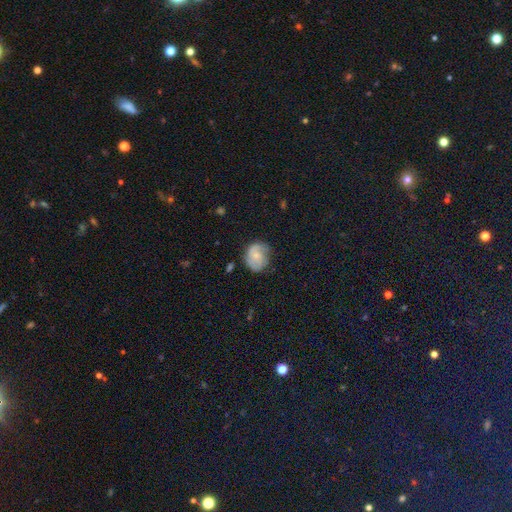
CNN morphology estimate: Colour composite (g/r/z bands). It shows a smooth galaxy with no disk features (48%). Merging: none (59%).